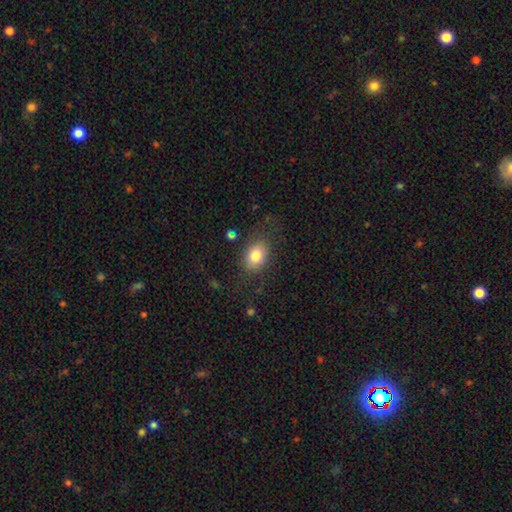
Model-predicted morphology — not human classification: Q: Smooth or featured?
A: smooth (80%); runner-up: featured or disk (11%)
Q: How rounded?
A: in between (76%); runner-up: round (23%)
Q: Merging?
A: none (76%); runner-up: minor disturbance (15%)